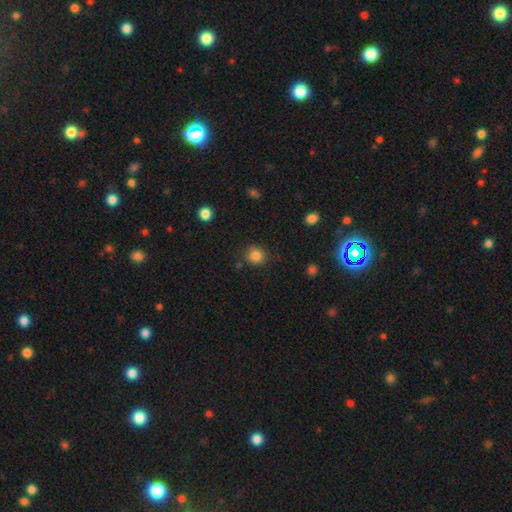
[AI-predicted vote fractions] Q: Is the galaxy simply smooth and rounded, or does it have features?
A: smooth — 85%.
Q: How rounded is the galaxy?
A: round — 86%.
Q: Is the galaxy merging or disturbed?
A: none — 82%.